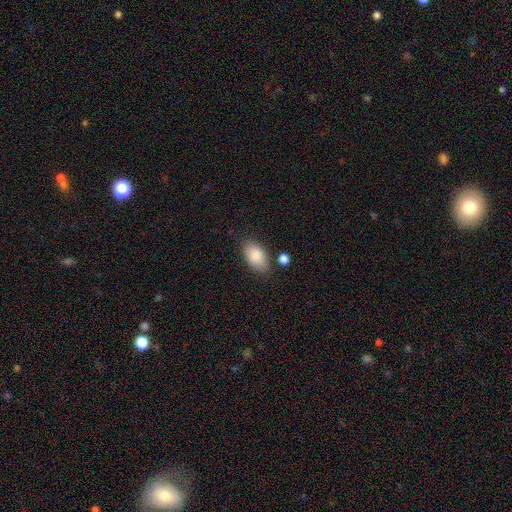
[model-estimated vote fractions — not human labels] This is clearly a smooth galaxy (87%). How rounded: clearly in between (94%). Merging: likely none (78%).